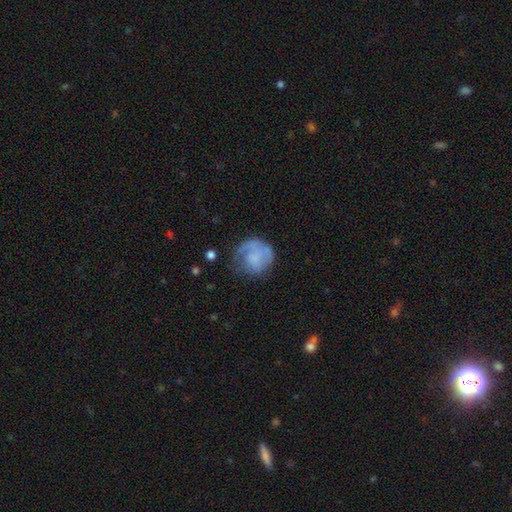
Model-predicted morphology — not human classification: Smooth or featured: featured or disk — 47% (smooth — 45%)
Merging: none — 49% (major disturbance — 25%)